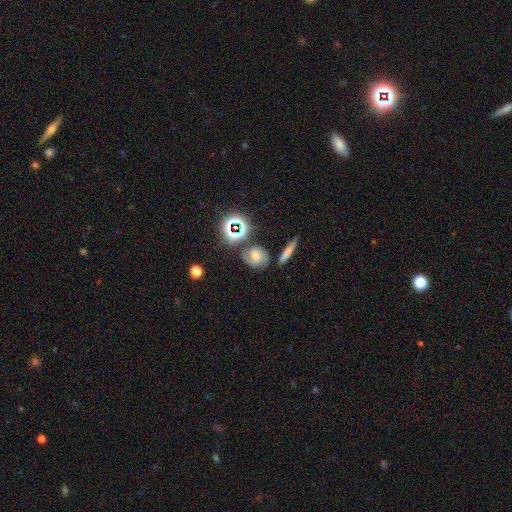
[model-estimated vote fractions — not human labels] Overall: featured or disk (46%; smooth 35%). Merging: none (67%).